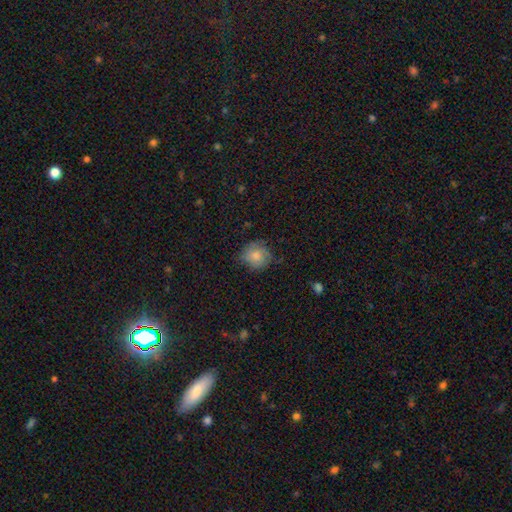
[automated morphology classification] Smooth or featured? smooth (78%)
How rounded? round (85%)
Merging? none (67%)